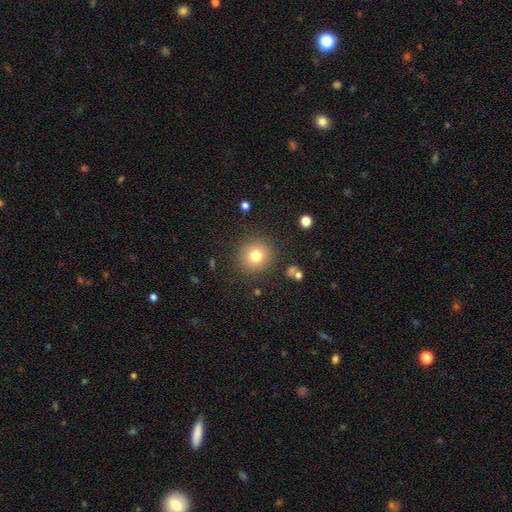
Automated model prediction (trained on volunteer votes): smooth_or_featured: smooth (p=0.78) [alt: star or artifact p=0.13]
how_rounded: round (p=0.92) [alt: in between p=0.07]
merging: none (p=0.88) [alt: minor disturbance p=0.07]